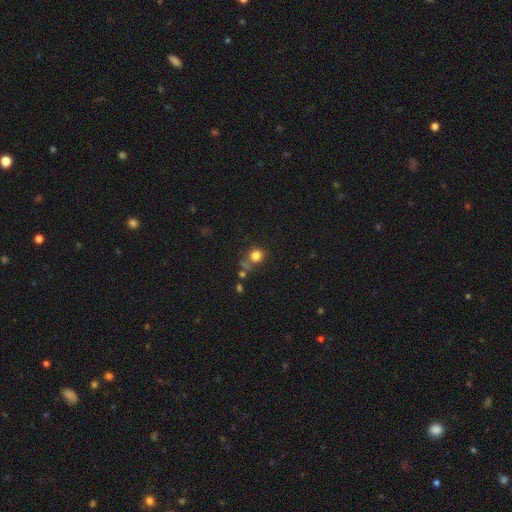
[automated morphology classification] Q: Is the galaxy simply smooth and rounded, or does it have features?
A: smooth — 81%.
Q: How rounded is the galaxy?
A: round — 86%.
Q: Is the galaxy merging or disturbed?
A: none — 66%.